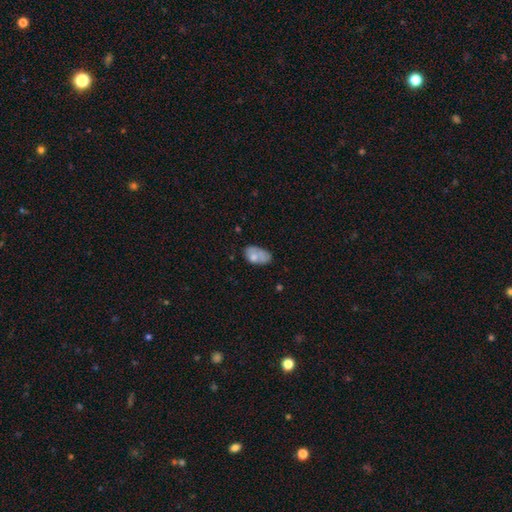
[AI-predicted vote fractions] smooth-or-featured: smooth: 69% | featured or disk: 23% | star or artifact: 8%
  how-rounded: in between: 90% | round: 8% | cigar-shaped: 2%
  merging: none: 42% | minor disturbance: 34% | major disturbance: 16% | merger: 9%